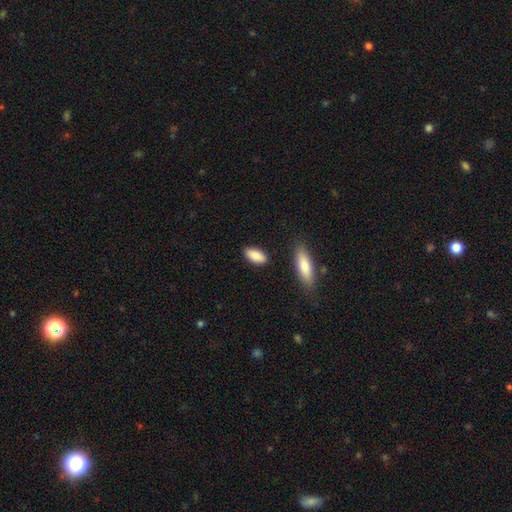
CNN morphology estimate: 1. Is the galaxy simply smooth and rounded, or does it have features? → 88% smooth, 6% featured or disk, 6% star or artifact.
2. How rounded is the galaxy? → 85% in between, 12% cigar-shaped, 2% round.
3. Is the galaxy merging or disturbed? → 85% none, 10% minor disturbance, 3% merger, 2% major disturbance.